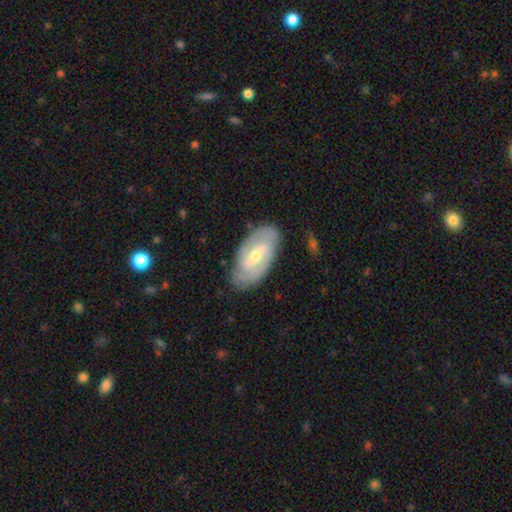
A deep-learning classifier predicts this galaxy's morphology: This is likely a featured or disk galaxy (74%). It is clearly not viewed edge-on (93%). Bar: possibly weak (50%). Spiral arm pattern: clearly yes (83%). Spiral arm count: likely 2 (73%). Spiral winding: marginally tight (44%). Central bulge: possibly moderate (49%). Merging: clearly none (82%).